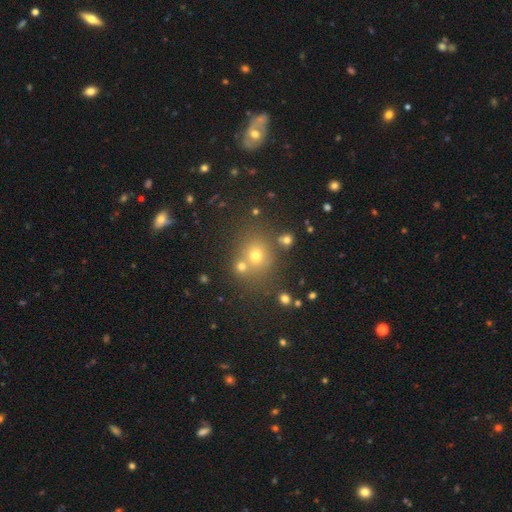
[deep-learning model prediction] Smooth or featured: smooth — 65% (star or artifact — 24%)
How rounded: round — 80% (in between — 19%)
Merging: none — 67% (merger — 20%)